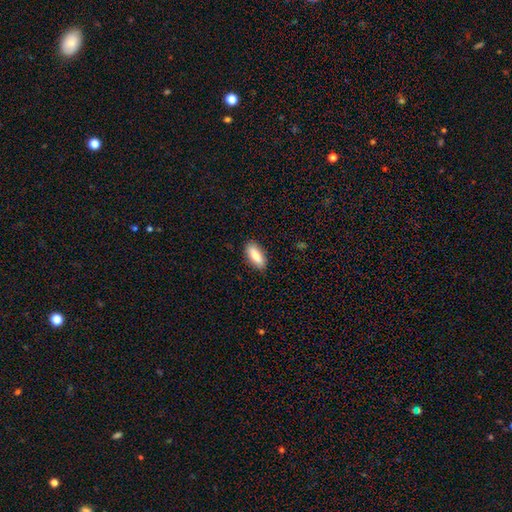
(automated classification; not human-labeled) This appears to be a smooth galaxy with no disk features (82%) that is in between round and cigar-shaped (77%). Merging: none (88%).